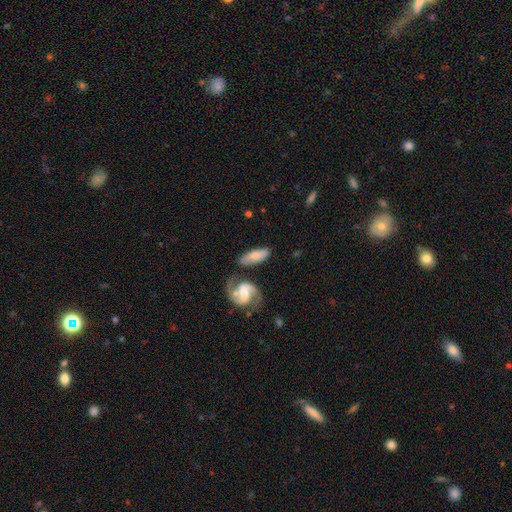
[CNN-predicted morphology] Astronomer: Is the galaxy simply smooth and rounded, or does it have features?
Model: smooth — 53% (runner-up: featured or disk, 41%).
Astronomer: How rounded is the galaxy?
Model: in between — 67%.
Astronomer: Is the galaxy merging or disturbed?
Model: none — 63%.